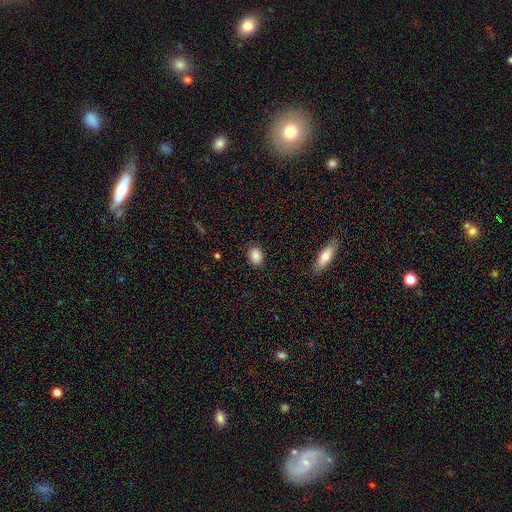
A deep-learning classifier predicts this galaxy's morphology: A smooth galaxy with no disk features (87%) that is in between round and cigar-shaped (70%).

Vote fractions:
- Smooth or featured? smooth: 87% / star or artifact: 8% / featured or disk: 5%
- How rounded? in between: 70% / round: 29% / cigar-shaped: 1%
- Merging? none: 88% / minor disturbance: 9% / major disturbance: 2% / merger: 1%